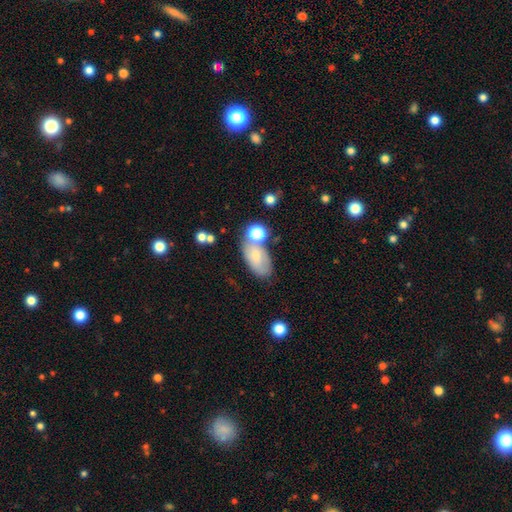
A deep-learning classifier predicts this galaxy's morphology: smooth 60%, featured or disk 30%, star or artifact 10%. Down the decision tree: how rounded — in between (89%); merging — none (48%).